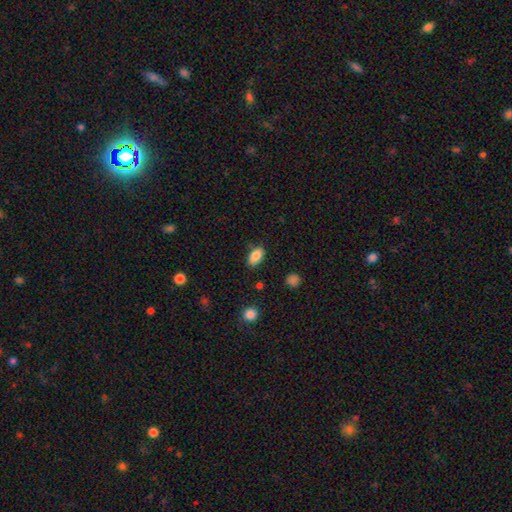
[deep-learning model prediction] The model was most divided on "merging": none: 81%, minor disturbance: 14%, major disturbance: 3%, merger: 2%. More confident: how rounded — in between (91%); smooth or featured — smooth (86%).